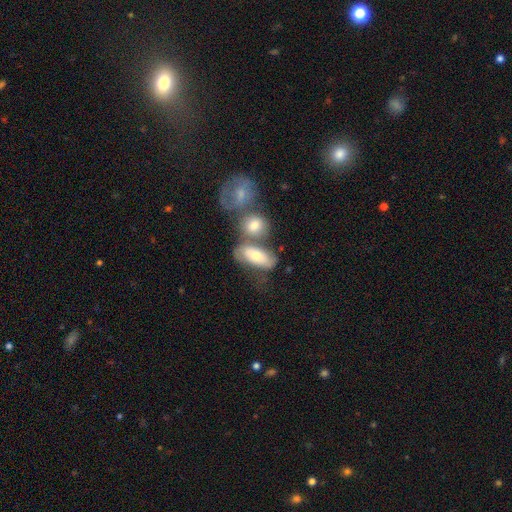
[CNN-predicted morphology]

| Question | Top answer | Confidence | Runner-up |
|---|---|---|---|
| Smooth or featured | smooth | 62% | featured or disk (31%) |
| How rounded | in between | 82% | cigar-shaped (9%) |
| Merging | merger | 39% | none (38%) |